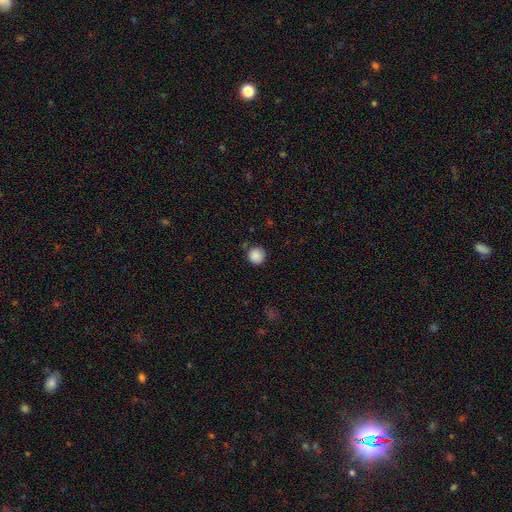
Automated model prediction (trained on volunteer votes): This appears to be a smooth galaxy with no disk features (88%) that is round (95%). Merging: none (84%).